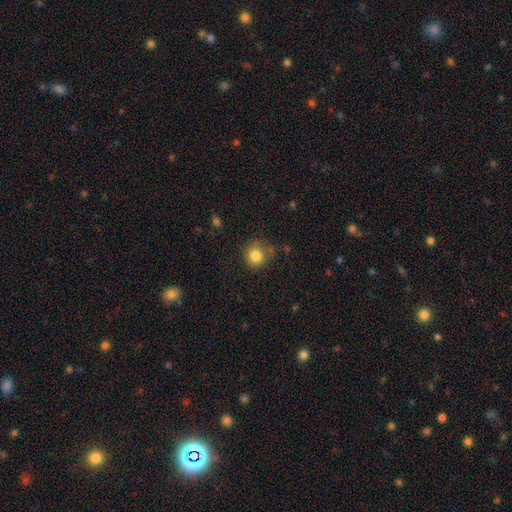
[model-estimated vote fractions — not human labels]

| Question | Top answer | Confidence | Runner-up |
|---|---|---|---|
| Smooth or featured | smooth | 83% | star or artifact (10%) |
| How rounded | round | 85% | in between (14%) |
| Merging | none | 67% | minor disturbance (22%) |